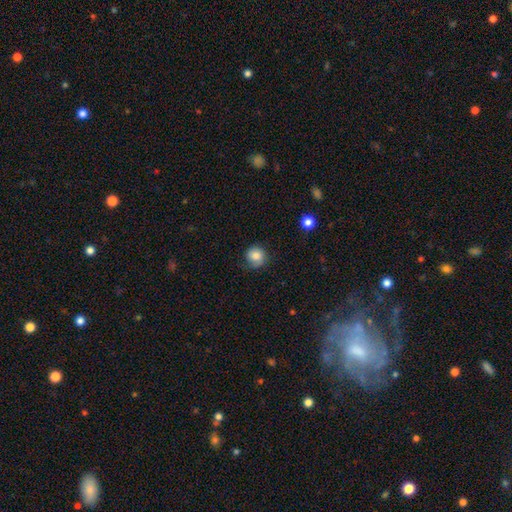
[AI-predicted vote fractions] Smooth or featured? Predicted: smooth (p=0.78). How rounded? Predicted: round (p=0.88). Merging? Predicted: none (p=0.66).